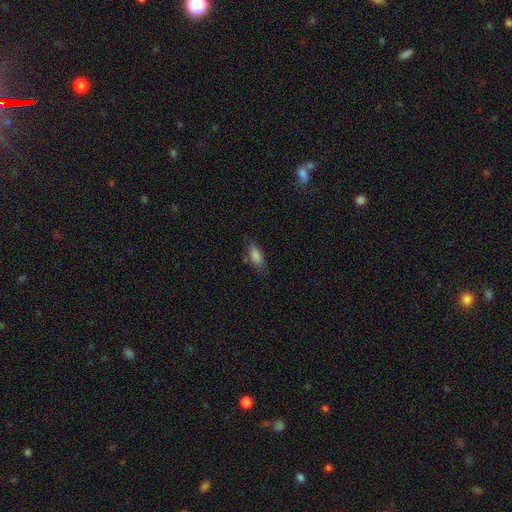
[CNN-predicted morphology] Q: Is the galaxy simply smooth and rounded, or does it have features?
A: smooth — 84%.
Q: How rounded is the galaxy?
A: in between — 84%.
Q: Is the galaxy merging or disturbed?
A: none — 73%.